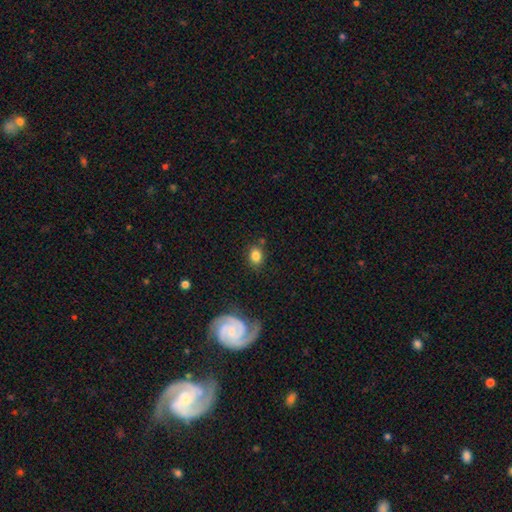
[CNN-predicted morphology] This appears to be a smooth galaxy with no disk features (82%) that is in between round and cigar-shaped (51%). Merging: none (79%).